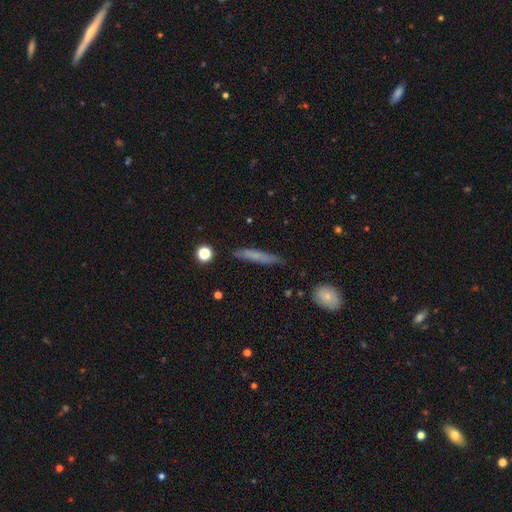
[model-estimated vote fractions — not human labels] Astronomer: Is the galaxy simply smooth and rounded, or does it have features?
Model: smooth — 64%.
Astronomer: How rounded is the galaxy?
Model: cigar-shaped — 91%.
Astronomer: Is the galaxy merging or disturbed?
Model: none — 82%.